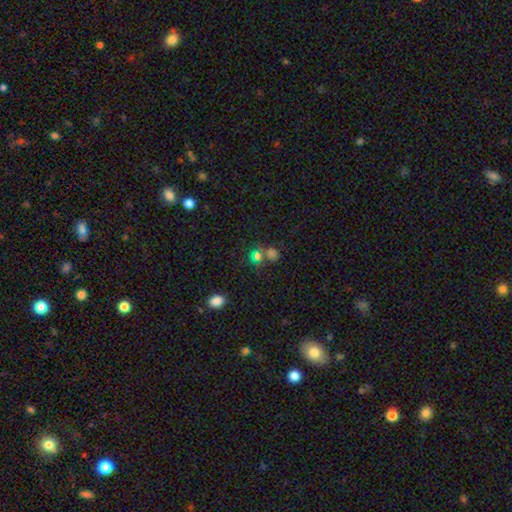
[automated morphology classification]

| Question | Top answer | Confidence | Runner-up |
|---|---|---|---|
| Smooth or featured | smooth | 62% | star or artifact (28%) |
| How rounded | round | 80% | in between (18%) |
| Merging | none | 56% | merger (29%) |